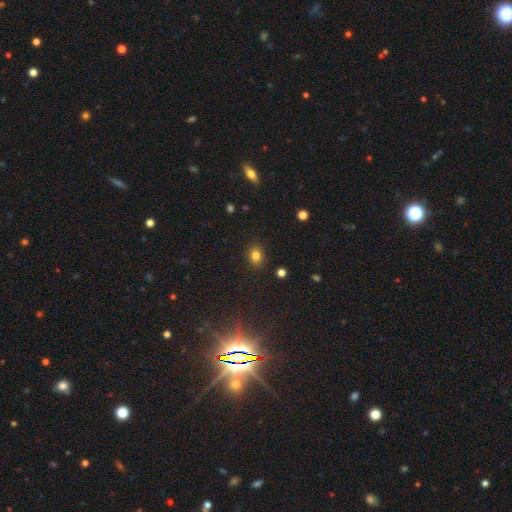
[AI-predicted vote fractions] The model was most divided on "how rounded": round: 53%, in between: 46%, cigar-shaped: 1%. More confident: merging — none (88%); smooth or featured — smooth (81%).